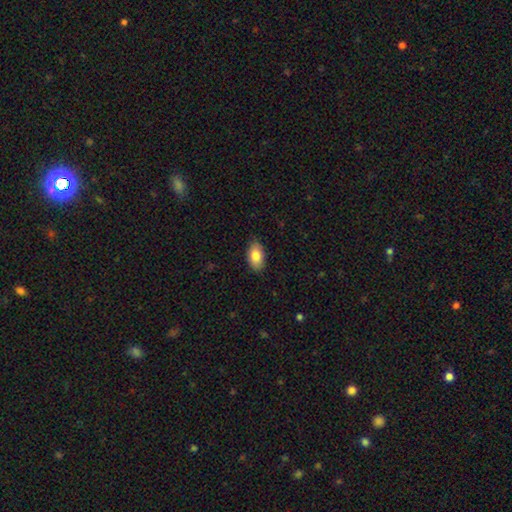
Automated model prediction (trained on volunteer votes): Smooth or featured: smooth — 82% (featured or disk — 11%)
How rounded: in between — 93% (round — 5%)
Merging: none — 86% (minor disturbance — 11%)